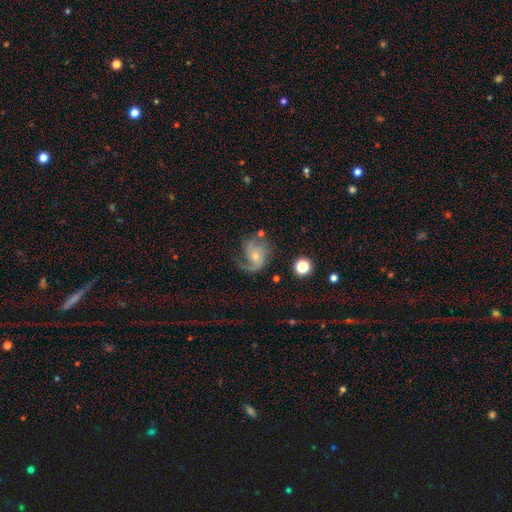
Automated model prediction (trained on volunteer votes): The model was most divided on "spiral winding": medium: 44%, loose: 35%, tight: 21%. Remaining: edge-on disk — no (98%); spiral arms — yes (94%); smooth or featured — featured or disk (79%); bar — no (69%); bulge size — small (60%); merging — none (49%); spiral arm count — 2 (38%).